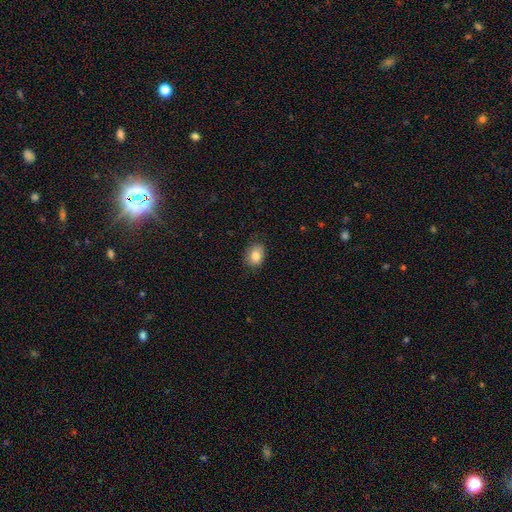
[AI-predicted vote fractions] Smooth or featured? smooth (82%)
How rounded? in between (61%)
Merging? none (83%)